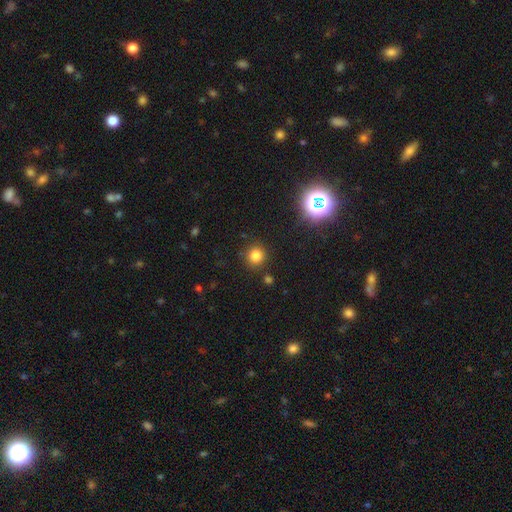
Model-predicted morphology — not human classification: type=smooth (79%); roundness=round (91%); merging=none (85%).